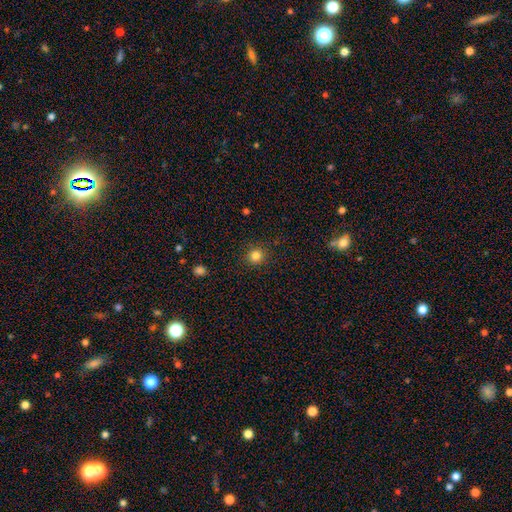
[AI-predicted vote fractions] smooth-or-featured: smooth: 83% | star or artifact: 13% | featured or disk: 5%
  how-rounded: round: 92% | in between: 7% | cigar-shaped: 1%
  merging: none: 90% | minor disturbance: 6% | major disturbance: 2% | merger: 1%